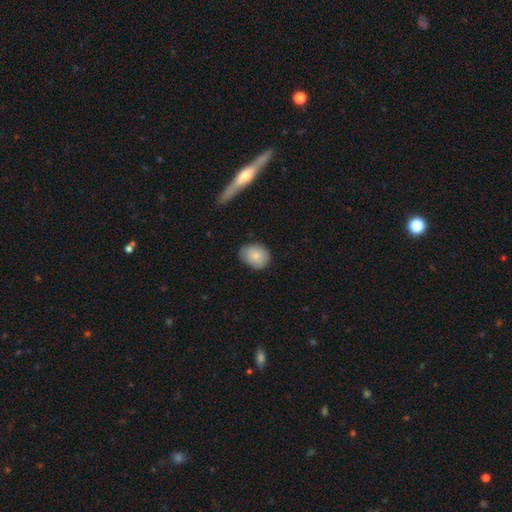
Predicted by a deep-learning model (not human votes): Smooth or featured? smooth (83%)
How rounded? round (50%)
Merging? none (71%)